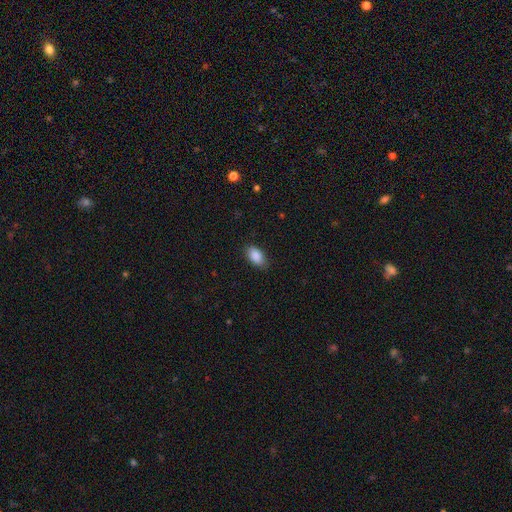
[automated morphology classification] The model was most divided on "merging": none: 82%, minor disturbance: 14%, major disturbance: 3%, merger: 1%. More confident: how rounded — in between (93%); smooth or featured — smooth (89%).